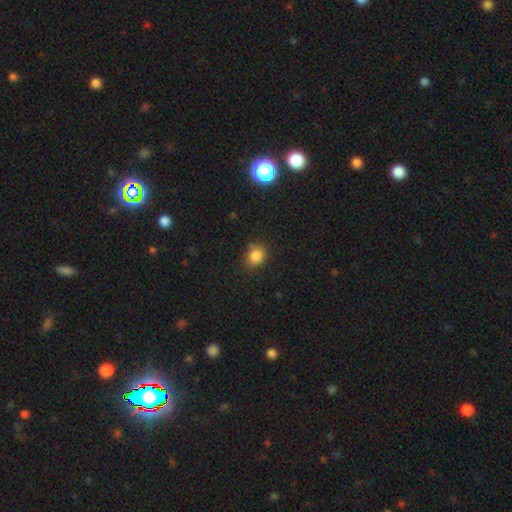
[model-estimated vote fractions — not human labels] A smooth galaxy with no disk features (84%) that is round (66%).

Vote fractions:
- Smooth or featured? smooth: 84% / star or artifact: 12% / featured or disk: 5%
- How rounded? round: 66% / in between: 33% / cigar-shaped: 1%
- Merging? none: 78% / minor disturbance: 16% / major disturbance: 4% / merger: 2%